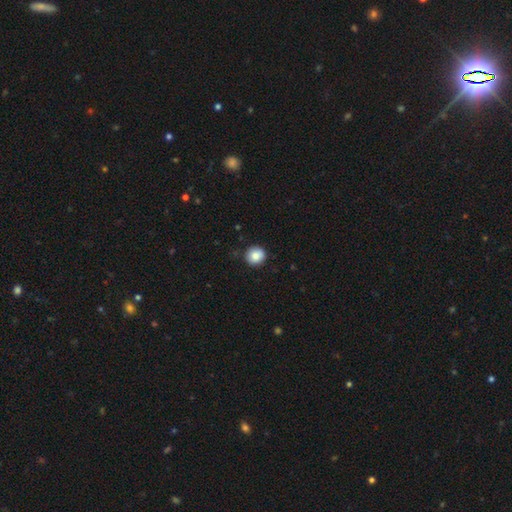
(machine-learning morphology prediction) Smooth or featured?
  - smooth: 85% *
  - star or artifact: 9%
  - featured or disk: 6%
How rounded?
  - round: 92% *
  - in between: 7%
  - cigar-shaped: 1%
Merging?
  - none: 89% *
  - minor disturbance: 9%
  - major disturbance: 2%
  - merger: 1%